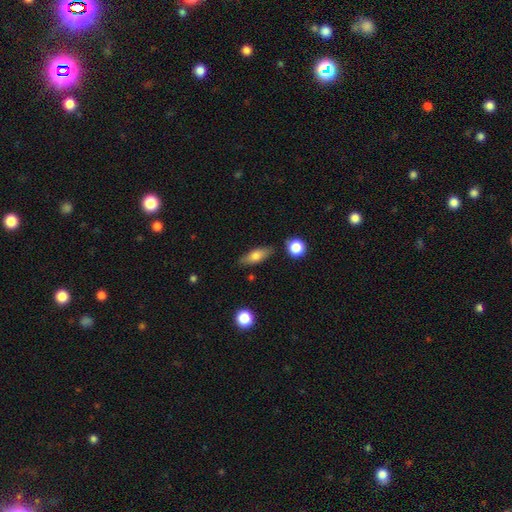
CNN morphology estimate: A smooth galaxy with no disk features (69%) that is in between round and cigar-shaped (69%). Merging: none (80%).